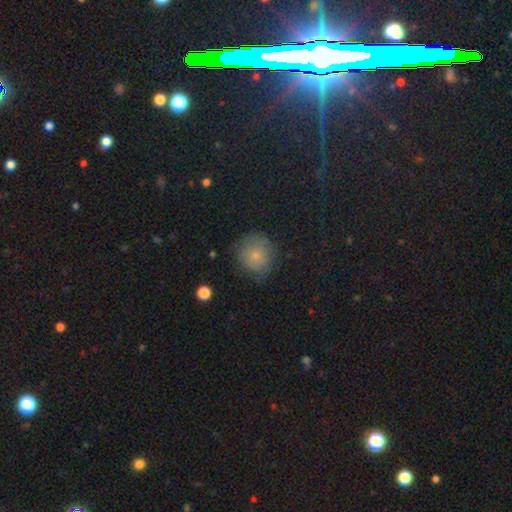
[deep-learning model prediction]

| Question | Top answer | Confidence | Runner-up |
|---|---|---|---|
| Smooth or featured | smooth | 78% | featured or disk (12%) |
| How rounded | round | 90% | in between (9%) |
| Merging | none | 73% | minor disturbance (20%) |